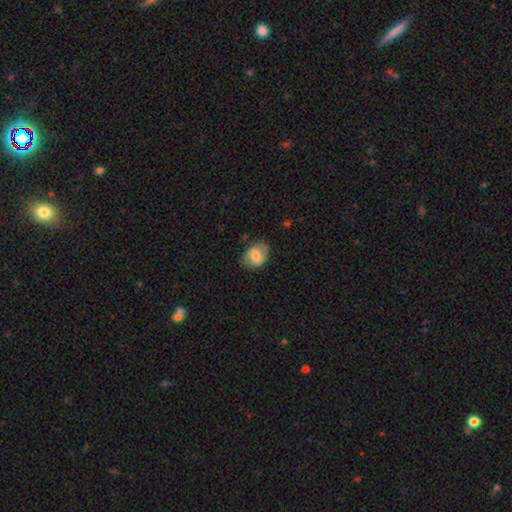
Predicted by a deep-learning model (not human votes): smooth 68%, featured or disk 25%, star or artifact 8%. Down the decision tree: how rounded — in between (67%); merging — none (67%).